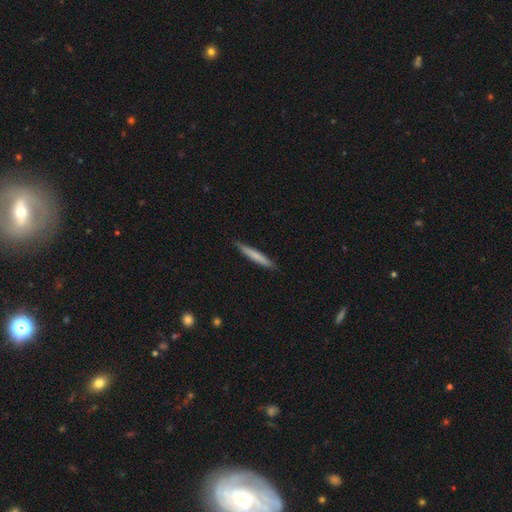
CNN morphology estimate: Smooth or featured? smooth (69%)
How rounded? cigar-shaped (96%)
Merging? none (89%)